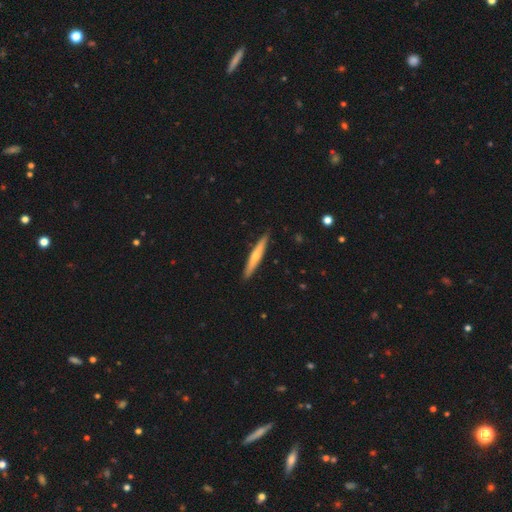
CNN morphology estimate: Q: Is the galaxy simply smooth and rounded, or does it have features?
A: smooth — 48%.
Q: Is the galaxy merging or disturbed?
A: none — 90%.